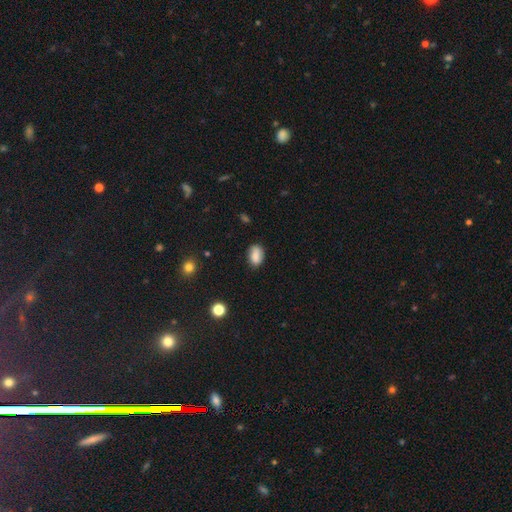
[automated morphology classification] A smooth galaxy with no disk features (85%) that is in between round and cigar-shaped (86%).

Vote fractions:
- Smooth or featured? smooth: 85% / star or artifact: 9% / featured or disk: 7%
- How rounded? in between: 86% / round: 12% / cigar-shaped: 2%
- Merging? none: 78% / minor disturbance: 17% / major disturbance: 3% / merger: 2%